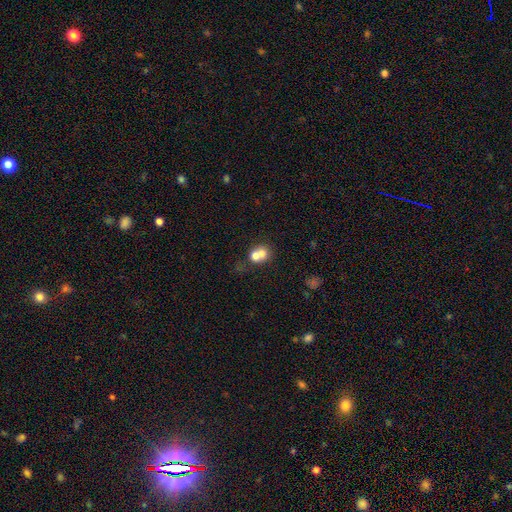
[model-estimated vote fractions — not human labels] Q: Smooth or featured?
A: smooth (67%); runner-up: featured or disk (22%)
Q: How rounded?
A: round (67%); runner-up: in between (32%)
Q: Merging?
A: merger (67%); runner-up: none (24%)